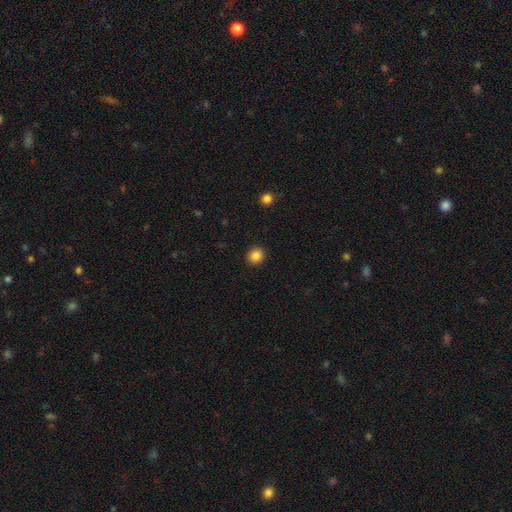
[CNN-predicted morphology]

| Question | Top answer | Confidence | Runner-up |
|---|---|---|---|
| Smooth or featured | smooth | 87% | star or artifact (10%) |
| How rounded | round | 76% | in between (23%) |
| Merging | none | 92% | minor disturbance (5%) |